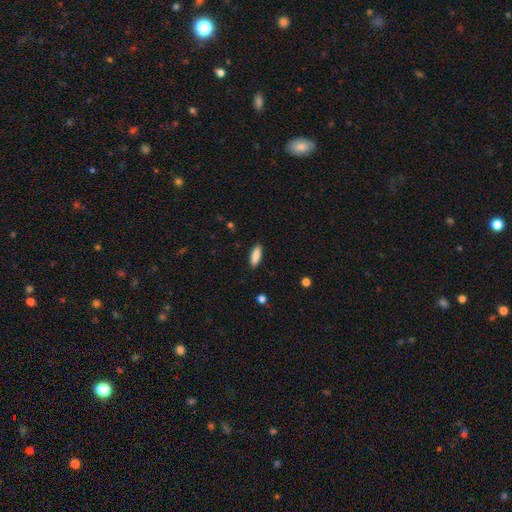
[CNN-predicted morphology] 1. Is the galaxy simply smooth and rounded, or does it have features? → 88% smooth, 6% star or artifact, 6% featured or disk.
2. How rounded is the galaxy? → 60% in between, 38% cigar-shaped, 2% round.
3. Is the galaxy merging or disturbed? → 88% none, 9% minor disturbance, 2% major disturbance, 1% merger.